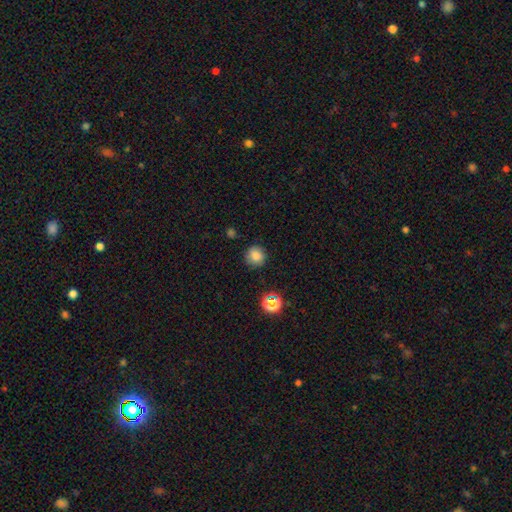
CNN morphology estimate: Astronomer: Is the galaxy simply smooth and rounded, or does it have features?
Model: smooth — 83%.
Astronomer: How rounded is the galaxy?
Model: round — 92%.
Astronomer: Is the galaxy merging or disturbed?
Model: none — 87%.